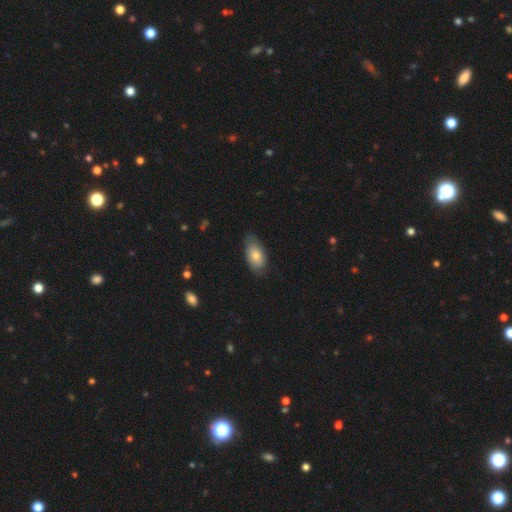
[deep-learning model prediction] Smooth or featured?
  - smooth: 77% *
  - featured or disk: 17%
  - star or artifact: 6%
How rounded?
  - in between: 92% *
  - round: 5%
  - cigar-shaped: 3%
Merging?
  - none: 66% *
  - minor disturbance: 27%
  - major disturbance: 6%
  - merger: 1%